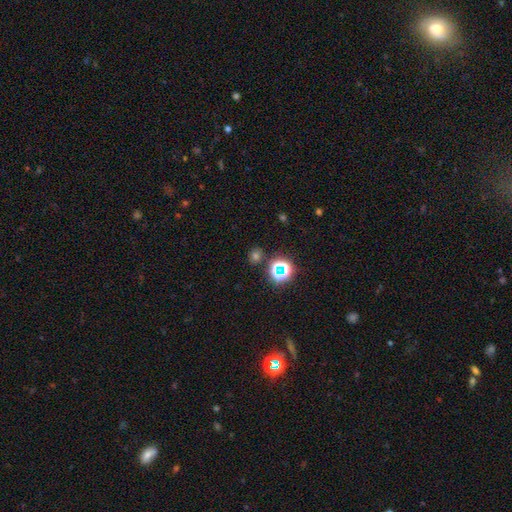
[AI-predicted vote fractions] smooth 54%, star or artifact 39%, featured or disk 7%. Down the decision tree: how rounded — round (78%); merging — none (82%).